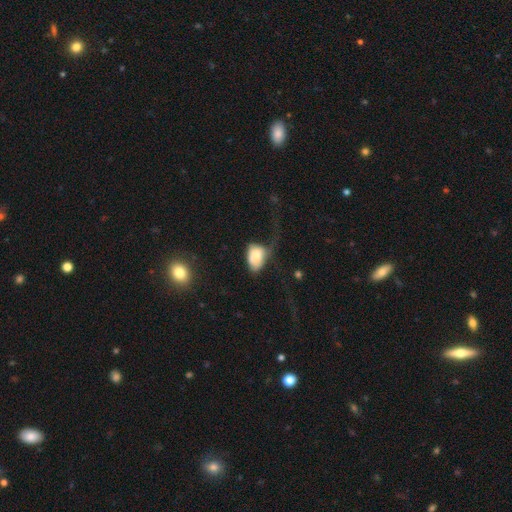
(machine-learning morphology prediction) A smooth galaxy with no disk features (74%) that is in between round and cigar-shaped (83%).

Vote fractions:
- Smooth or featured? smooth: 74% / featured or disk: 19% / star or artifact: 8%
- How rounded? in between: 83% / round: 15% / cigar-shaped: 2%
- Merging? major disturbance: 52% / minor disturbance: 23% / none: 19% / merger: 6%